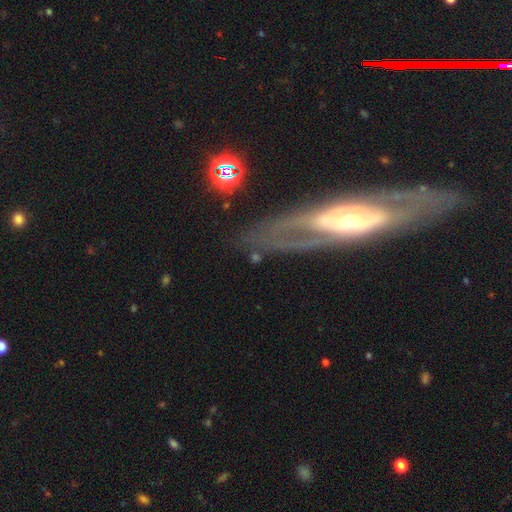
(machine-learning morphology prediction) Q: Smooth or featured?
A: featured or disk (53%); runner-up: smooth (28%)
Q: Edge-on disk?
A: no (68%); runner-up: yes (32%)
Q: Merging?
A: none (58%); runner-up: major disturbance (18%)